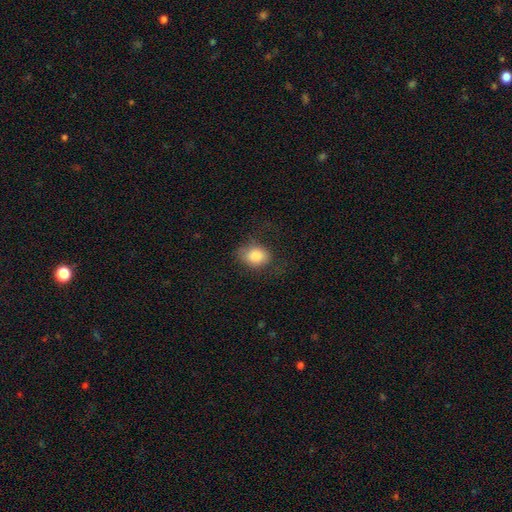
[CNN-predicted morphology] Overall: smooth (85%). How rounded: in between (63%; round 36%). Merging: none (61%; minor disturbance 24%).